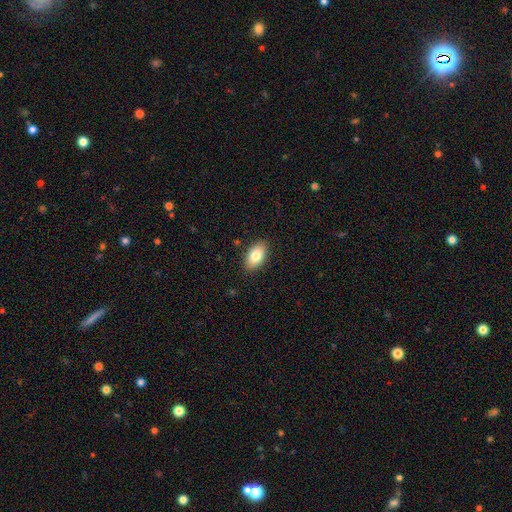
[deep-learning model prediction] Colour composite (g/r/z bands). It shows a smooth galaxy with no disk features (81%) that is in between round and cigar-shaped (93%). Merging: none (88%).